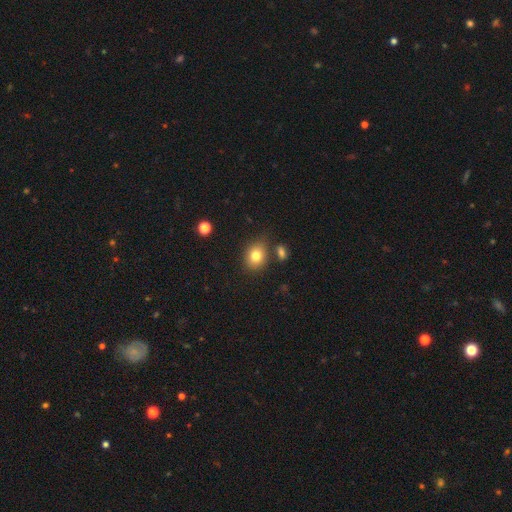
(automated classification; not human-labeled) smooth-or-featured: smooth: 80% | star or artifact: 10% | featured or disk: 9%
  how-rounded: in between: 50% | round: 49% | cigar-shaped: 1%
  merging: none: 75% | minor disturbance: 13% | merger: 8% | major disturbance: 4%